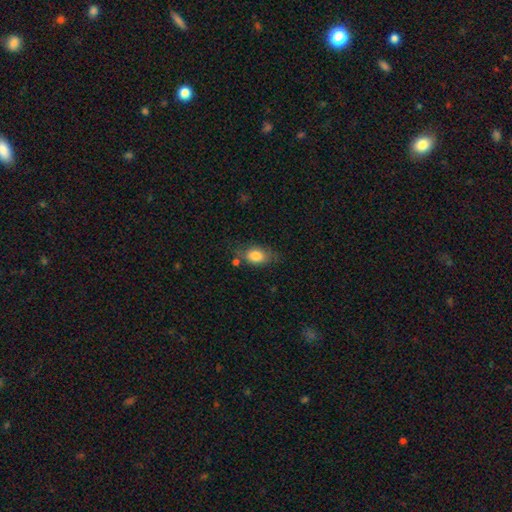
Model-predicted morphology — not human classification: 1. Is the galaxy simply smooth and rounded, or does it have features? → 81% smooth, 11% featured or disk, 8% star or artifact.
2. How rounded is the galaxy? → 82% in between, 15% round, 3% cigar-shaped.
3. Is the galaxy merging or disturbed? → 61% none, 23% minor disturbance, 8% merger, 8% major disturbance.